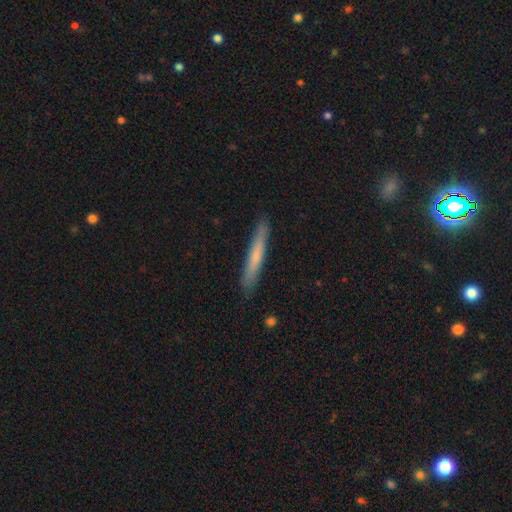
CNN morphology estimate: Overall: smooth (64%; featured or disk 30%). How rounded: cigar-shaped (96%). Merging: none (88%).